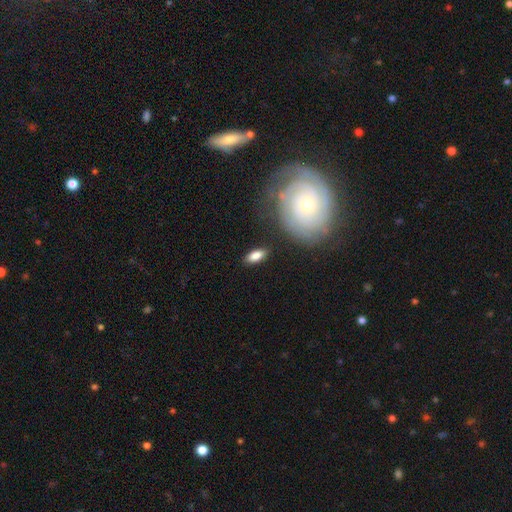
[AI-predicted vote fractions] This is clearly a smooth galaxy (82%). How rounded: clearly in between (80%). Merging: clearly none (83%).